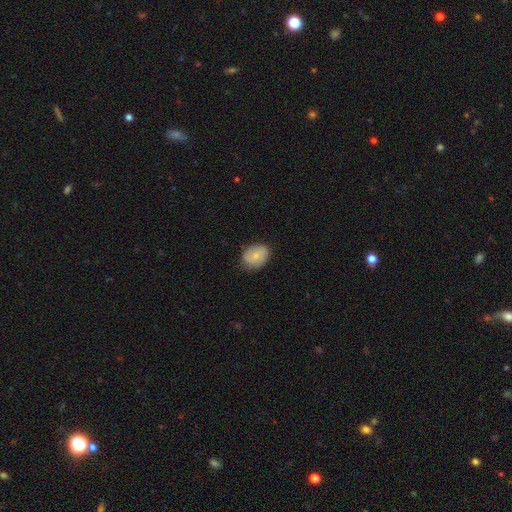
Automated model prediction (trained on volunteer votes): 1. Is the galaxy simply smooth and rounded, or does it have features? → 68% smooth, 25% featured or disk, 7% star or artifact.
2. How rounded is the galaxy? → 61% in between, 38% round, 1% cigar-shaped.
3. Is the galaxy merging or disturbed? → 79% none, 16% minor disturbance, 3% major disturbance, 1% merger.